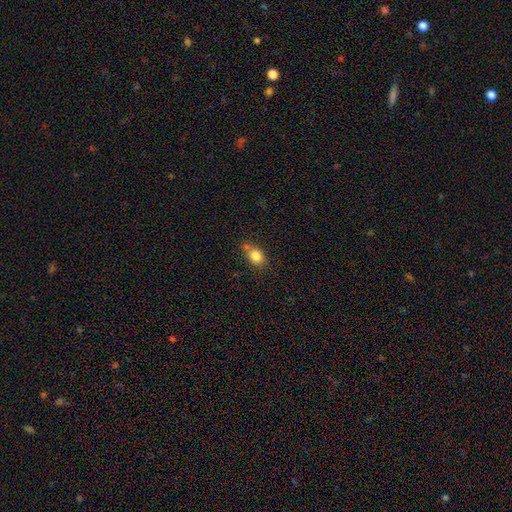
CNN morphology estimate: This appears to be a smooth galaxy with no disk features (82%) that is in between round and cigar-shaped (53%). Merging: none (54%).